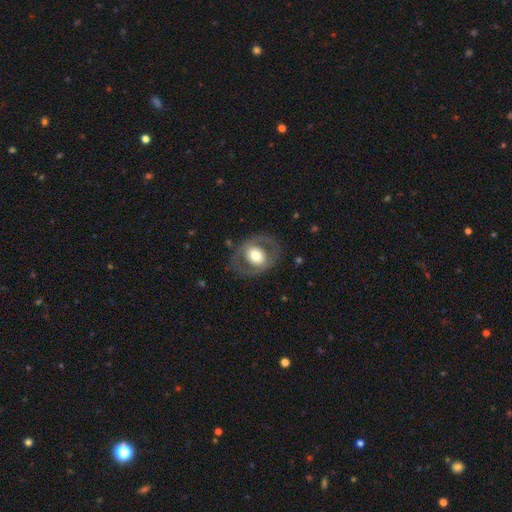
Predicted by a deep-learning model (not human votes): featured or disk 51%, smooth 43%, star or artifact 6%. Down the decision tree: edge-on disk — no (94%); merging — none (76%).